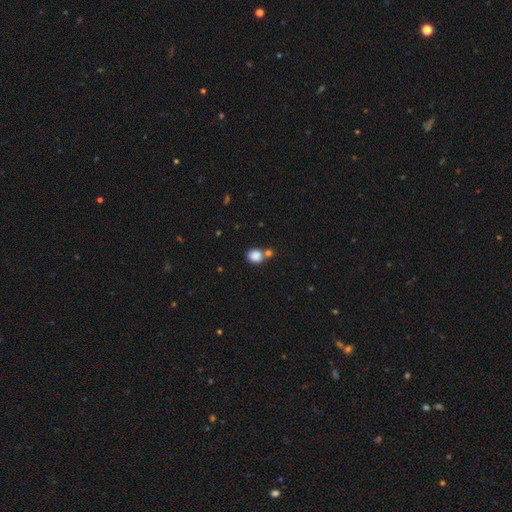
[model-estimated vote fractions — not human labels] This appears to be a smooth galaxy with no disk features (85%) that is round (69%). Merging: none (54%).